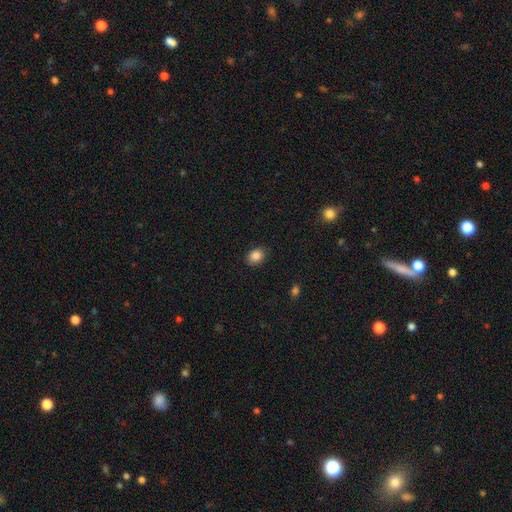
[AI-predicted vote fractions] A smooth galaxy with no disk features (86%) that is in between round and cigar-shaped (56%). Merging: none (87%).